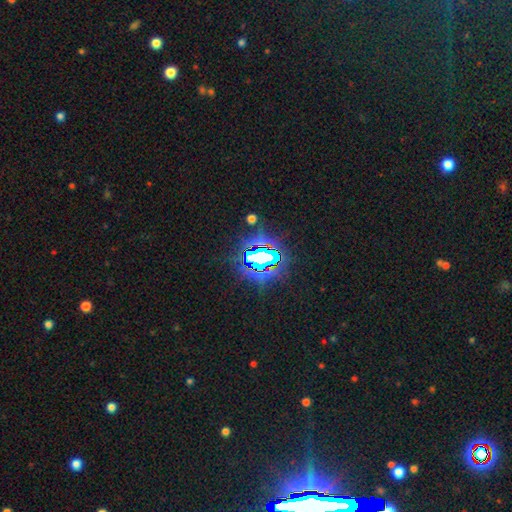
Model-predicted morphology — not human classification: This appears to be a star or artifact, not a galaxy (76%).